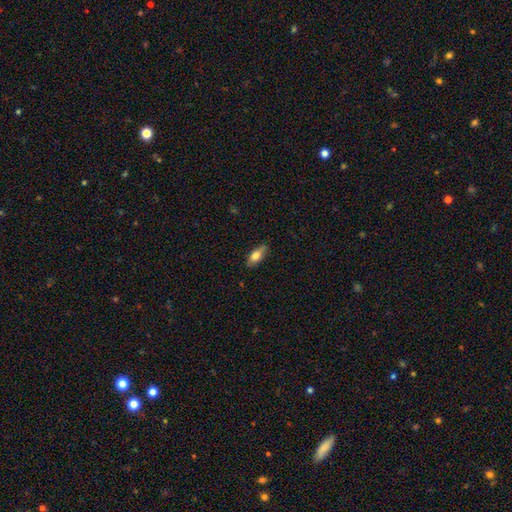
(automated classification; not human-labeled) Smooth or featured?
  - smooth: 67% *
  - featured or disk: 26%
  - star or artifact: 7%
How rounded?
  - in between: 72% *
  - cigar-shaped: 25%
  - round: 3%
Merging?
  - none: 82% *
  - minor disturbance: 14%
  - major disturbance: 2%
  - merger: 1%